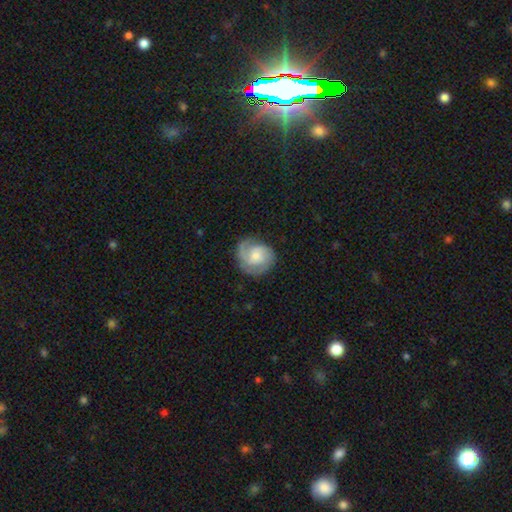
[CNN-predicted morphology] Smooth or featured? Predicted: featured or disk (p=0.76). Edge-on disk? Predicted: no (p=0.98). Bar? Predicted: no (p=0.63). Spiral arms? Predicted: yes (p=0.95). Spiral winding? Predicted: tight (p=0.46). Spiral arm count? Predicted: 2 (p=0.57). Bulge size? Predicted: small (p=0.53). Merging? Predicted: none (p=0.74).